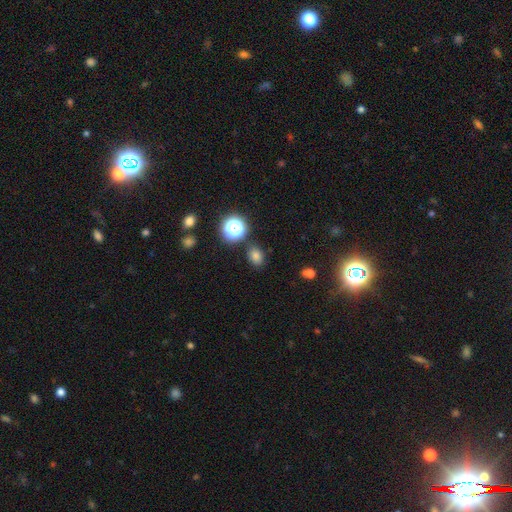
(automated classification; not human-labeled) Smooth or featured?
  - smooth: 76% *
  - star or artifact: 18%
  - featured or disk: 6%
How rounded?
  - in between: 58% *
  - round: 40%
  - cigar-shaped: 1%
Merging?
  - none: 82% *
  - minor disturbance: 11%
  - merger: 4%
  - major disturbance: 3%